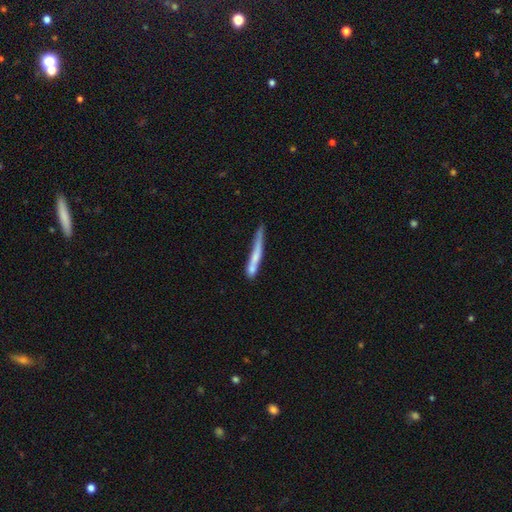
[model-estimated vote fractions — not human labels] Smooth or featured? Predicted: smooth (p=0.58). How rounded? Predicted: cigar-shaped (p=0.94). Merging? Predicted: none (p=0.49).